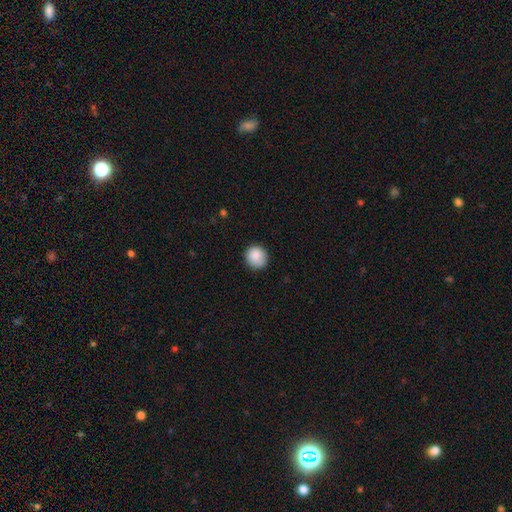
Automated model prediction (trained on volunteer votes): A smooth galaxy with no disk features (87%) that is round (91%).

Vote fractions:
- Smooth or featured? smooth: 87% / star or artifact: 8% / featured or disk: 5%
- How rounded? round: 91% / in between: 8% / cigar-shaped: 1%
- Merging? none: 84% / minor disturbance: 13% / major disturbance: 3% / merger: 1%